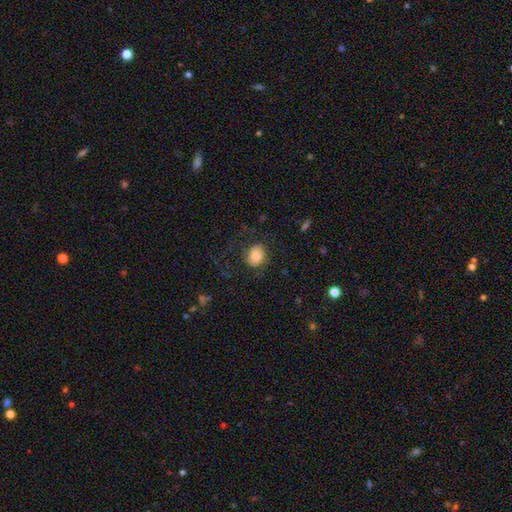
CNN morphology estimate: A smooth galaxy with no disk features (74%) that is round (61%). Merging: none (68%).